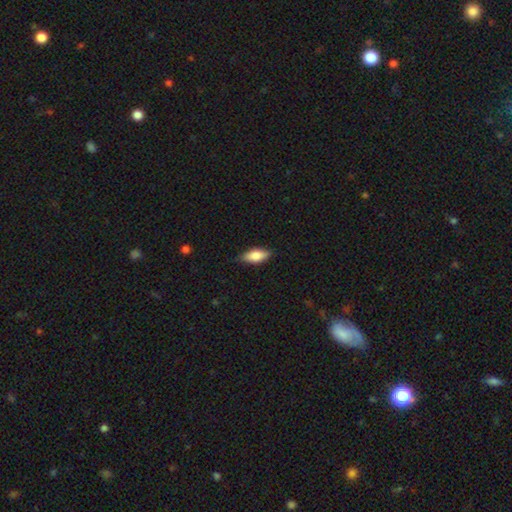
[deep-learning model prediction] The model was most divided on "smooth or featured": smooth: 76%, featured or disk: 18%, star or artifact: 6%. More confident: merging — none (82%); how rounded — in between (82%).